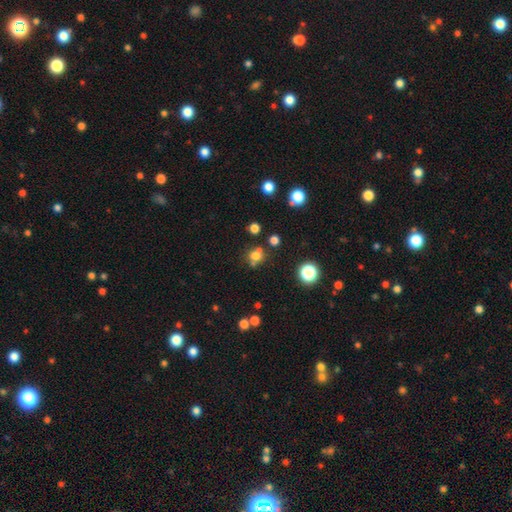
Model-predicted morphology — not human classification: Overall: smooth (69%). How rounded: round (78%). Merging: none (59%; merger 24%).